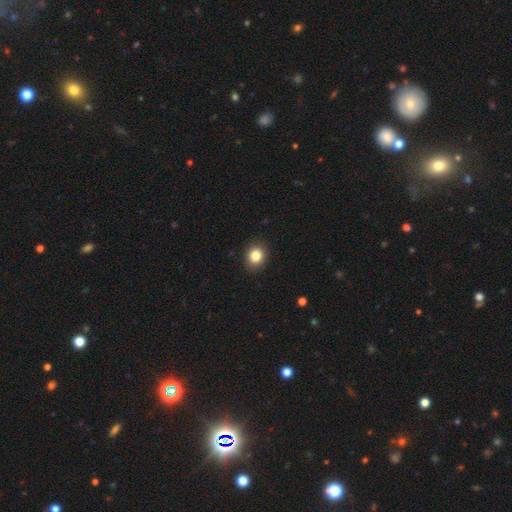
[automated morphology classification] Smooth or featured: smooth — 84% (star or artifact — 10%)
How rounded: round — 68% (in between — 31%)
Merging: none — 90% (minor disturbance — 8%)